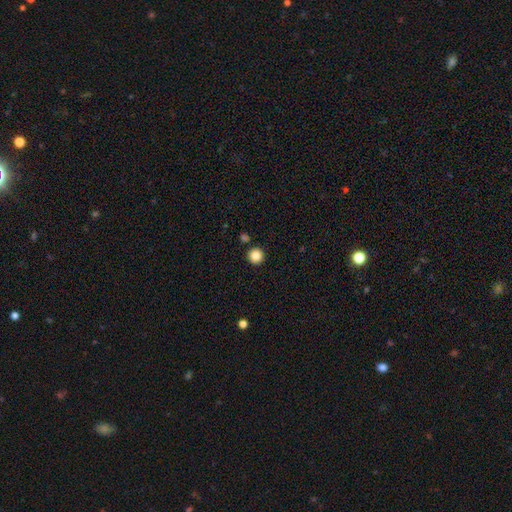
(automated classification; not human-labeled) A smooth galaxy with no disk features (86%) that is round (96%). Merging: none (91%).